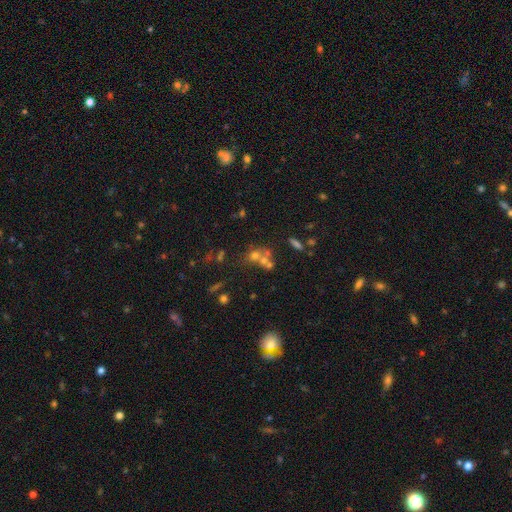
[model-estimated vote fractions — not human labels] Morphology: type=smooth (47%); merging=merger (44%).